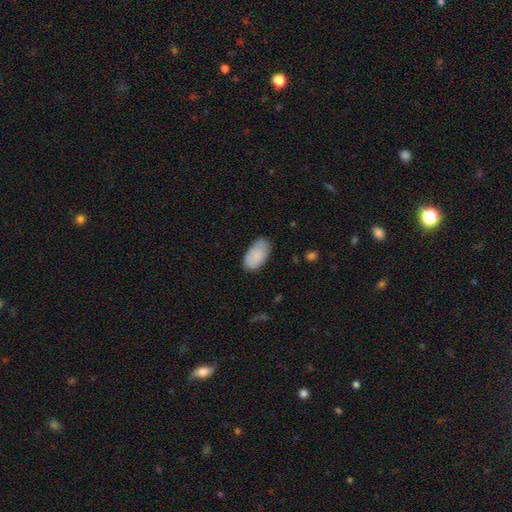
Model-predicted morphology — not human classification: This appears to be a smooth galaxy with no disk features (86%) that is in between round and cigar-shaped (95%). Merging: none (69%).